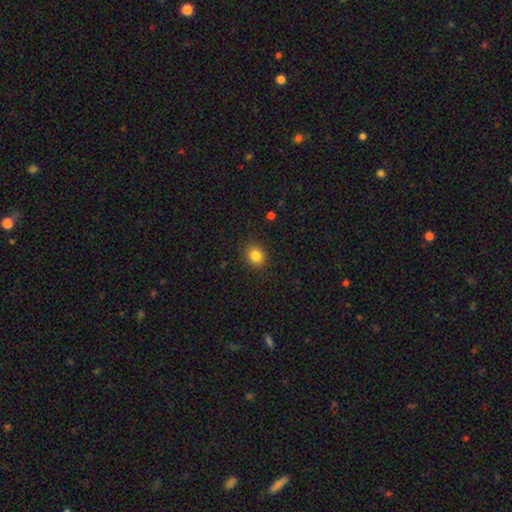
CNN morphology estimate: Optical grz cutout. It shows a smooth galaxy with no disk features (84%) that is round (72%). Merging: none (89%).